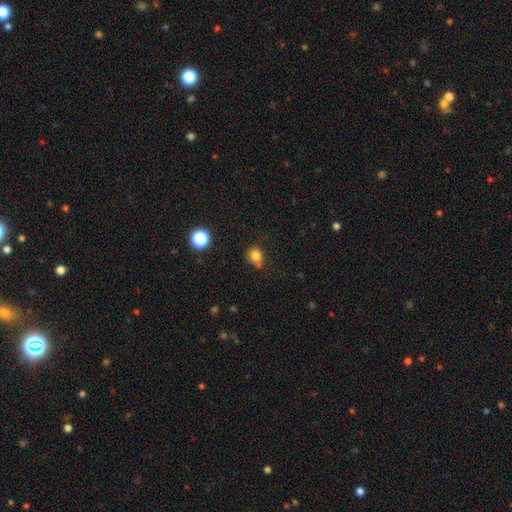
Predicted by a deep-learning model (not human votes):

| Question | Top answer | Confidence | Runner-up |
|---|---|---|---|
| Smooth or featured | smooth | 80% | star or artifact (13%) |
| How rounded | round | 72% | in between (27%) |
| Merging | none | 61% | minor disturbance (22%) |